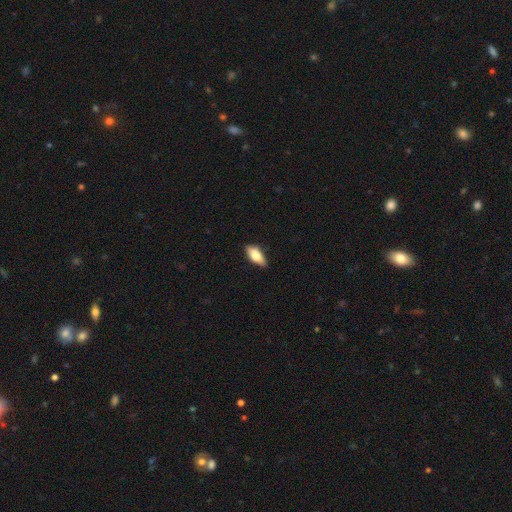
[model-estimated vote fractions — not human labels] Smooth or featured? Predicted: smooth (p=0.74). How rounded? Predicted: in between (p=0.82). Merging? Predicted: none (p=0.81).